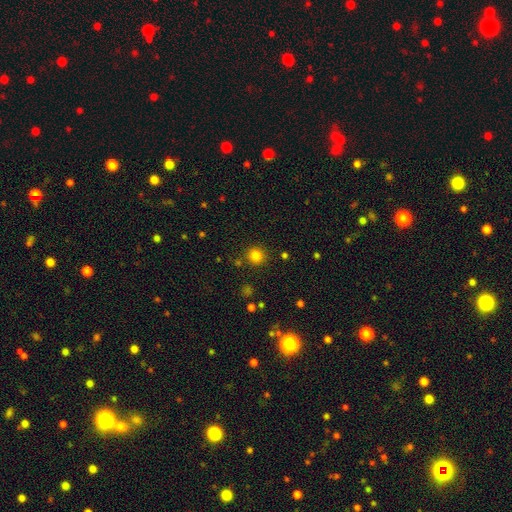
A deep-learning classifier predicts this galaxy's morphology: Overall: smooth (80%). How rounded: round (93%). Merging: none (87%).